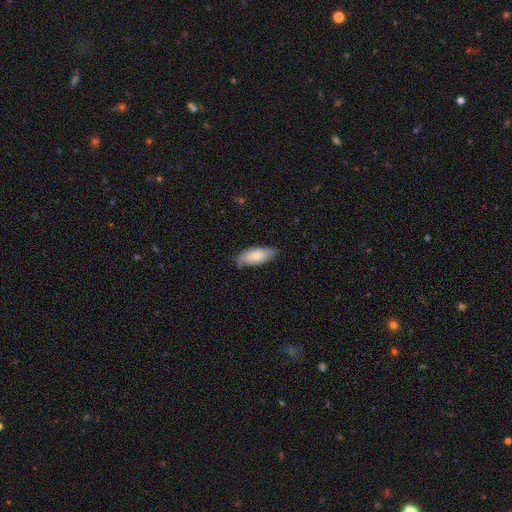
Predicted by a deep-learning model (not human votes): smooth_or_featured: smooth (p=0.73) [alt: featured or disk p=0.21]
how_rounded: in between (p=0.84) [alt: cigar-shaped p=0.14]
merging: none (p=0.75) [alt: minor disturbance p=0.21]